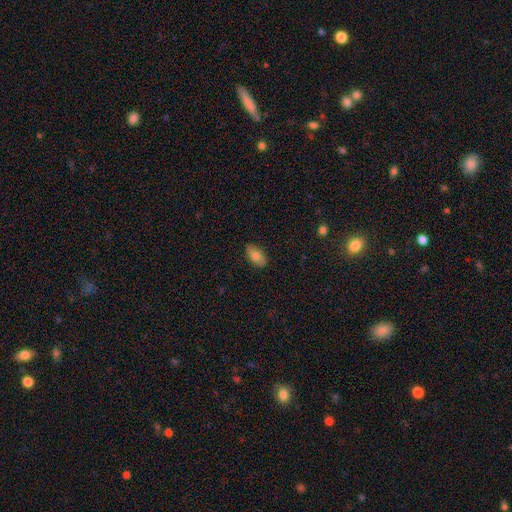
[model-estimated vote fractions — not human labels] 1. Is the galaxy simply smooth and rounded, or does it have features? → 76% smooth, 17% featured or disk, 7% star or artifact.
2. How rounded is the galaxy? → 93% in between, 4% round, 3% cigar-shaped.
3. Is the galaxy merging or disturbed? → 85% none, 12% minor disturbance, 2% major disturbance, 1% merger.